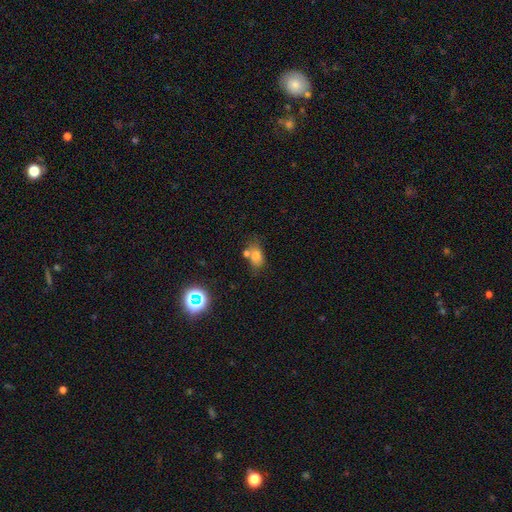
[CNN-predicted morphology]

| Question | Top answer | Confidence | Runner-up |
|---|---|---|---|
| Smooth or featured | smooth | 72% | star or artifact (16%) |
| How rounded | in between | 79% | round (18%) |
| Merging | none | 51% | merger (24%) |